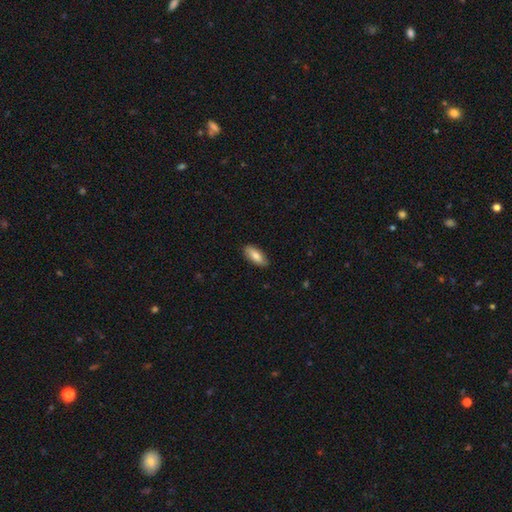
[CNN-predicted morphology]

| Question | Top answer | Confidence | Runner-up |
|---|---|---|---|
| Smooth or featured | smooth | 79% | featured or disk (15%) |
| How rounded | in between | 80% | cigar-shaped (18%) |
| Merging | none | 88% | minor disturbance (9%) |